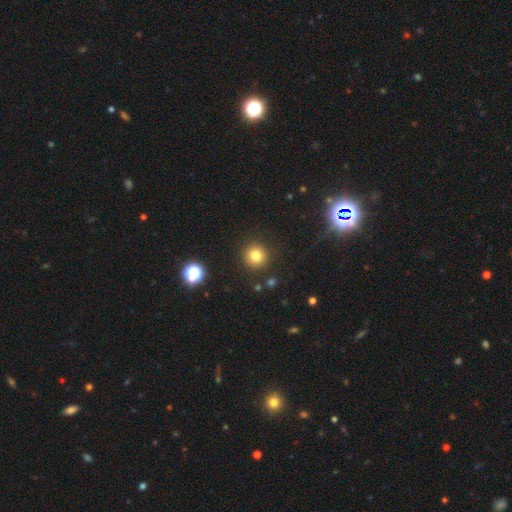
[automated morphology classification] Smooth or featured?
  - smooth: 79% *
  - star or artifact: 14%
  - featured or disk: 7%
How rounded?
  - round: 95% *
  - in between: 4%
  - cigar-shaped: 1%
Merging?
  - none: 90% *
  - minor disturbance: 6%
  - major disturbance: 2%
  - merger: 2%